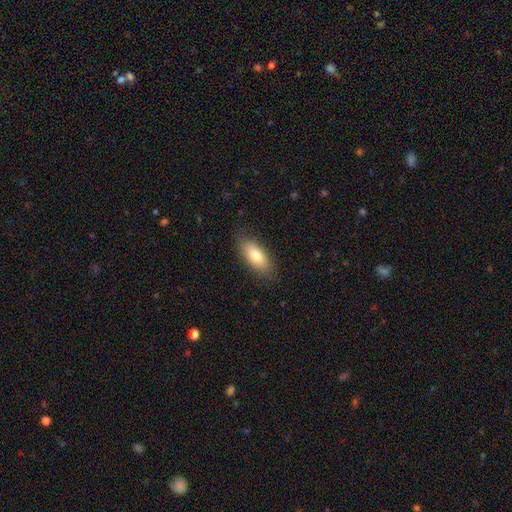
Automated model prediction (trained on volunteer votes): This is likely a smooth galaxy (77%). How rounded: clearly in between (82%). Merging: clearly none (84%).